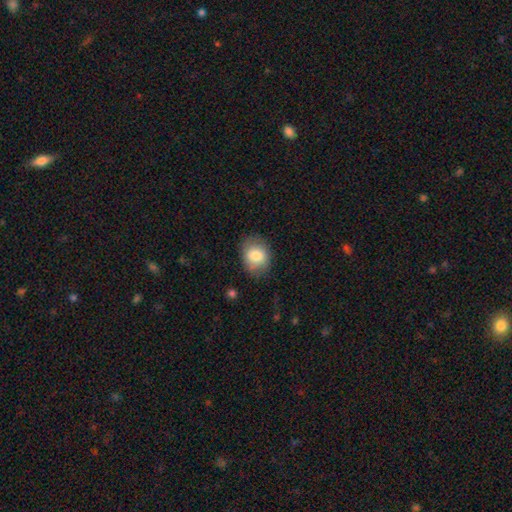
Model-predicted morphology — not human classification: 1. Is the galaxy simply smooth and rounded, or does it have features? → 81% smooth, 12% featured or disk, 7% star or artifact.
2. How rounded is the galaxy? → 55% in between, 44% round, 1% cigar-shaped.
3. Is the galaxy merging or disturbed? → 77% none, 17% minor disturbance, 5% major disturbance, 1% merger.